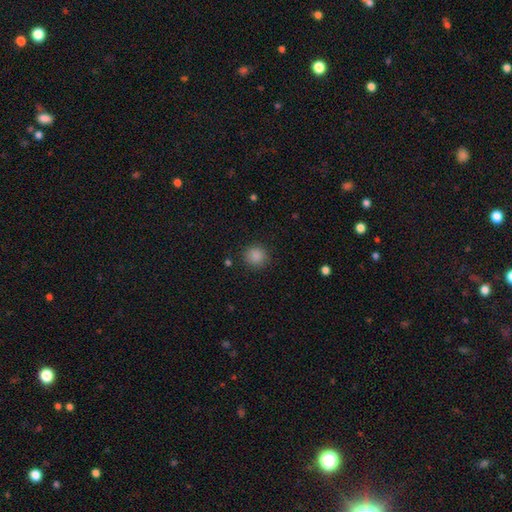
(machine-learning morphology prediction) Smooth or featured? Predicted: smooth (p=0.87). How rounded? Predicted: round (p=0.91). Merging? Predicted: none (p=0.89).